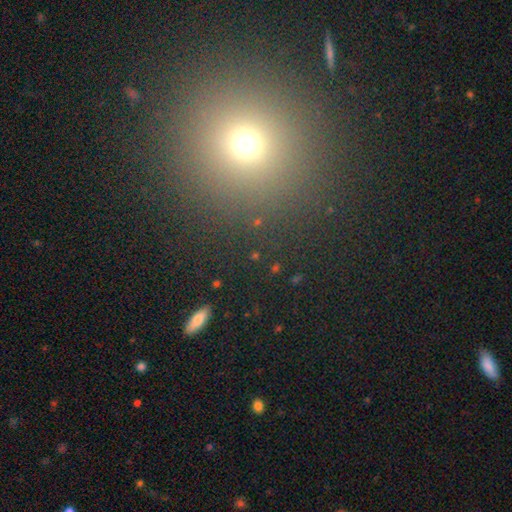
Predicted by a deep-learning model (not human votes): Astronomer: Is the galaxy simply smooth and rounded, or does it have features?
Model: star or artifact — 44%, tied with smooth at 44%.